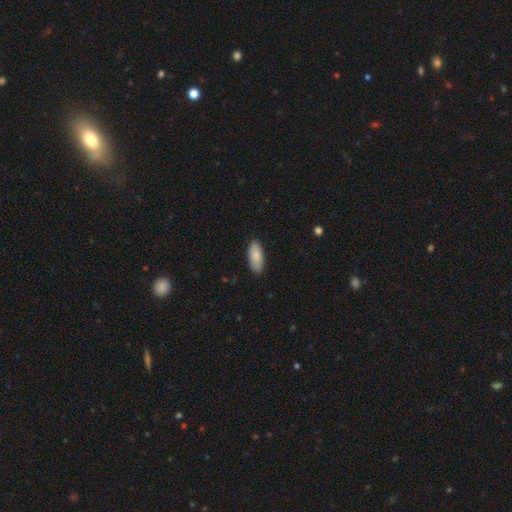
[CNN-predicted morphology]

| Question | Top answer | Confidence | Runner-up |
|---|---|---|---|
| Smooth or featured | smooth | 85% | featured or disk (10%) |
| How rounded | in between | 87% | cigar-shaped (11%) |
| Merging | none | 88% | minor disturbance (10%) |